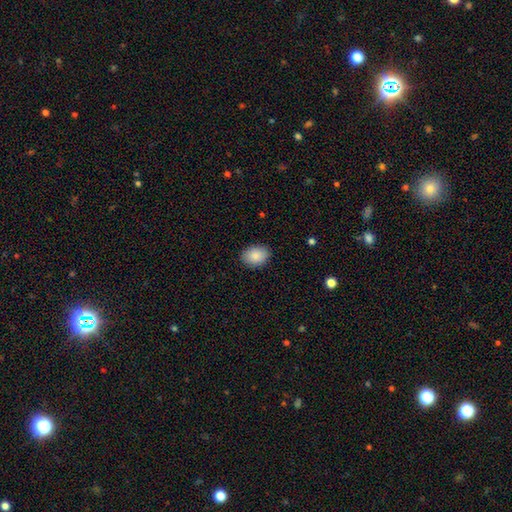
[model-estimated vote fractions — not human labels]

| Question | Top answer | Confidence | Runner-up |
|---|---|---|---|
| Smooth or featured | smooth | 86% | star or artifact (7%) |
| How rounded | in between | 69% | round (30%) |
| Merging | none | 87% | minor disturbance (10%) |